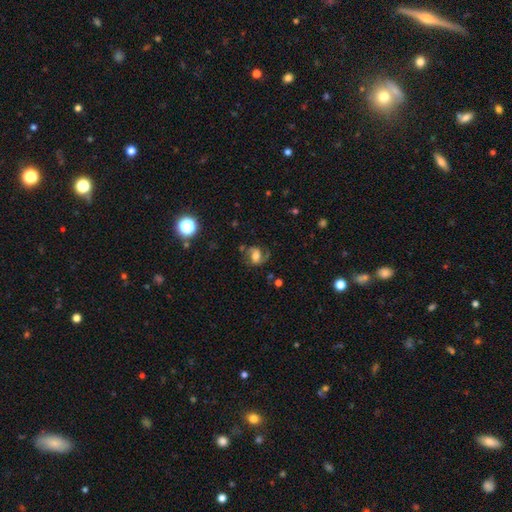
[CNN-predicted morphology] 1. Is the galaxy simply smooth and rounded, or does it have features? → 62% featured or disk, 26% smooth, 12% star or artifact.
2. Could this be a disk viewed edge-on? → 97% no, 3% yes.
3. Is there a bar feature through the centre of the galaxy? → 42% weak, 38% no, 20% strong.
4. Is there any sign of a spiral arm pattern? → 89% yes, 11% no.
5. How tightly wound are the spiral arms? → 51% medium, 32% loose, 17% tight.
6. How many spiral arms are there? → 81% 2, 10% 1, 6% can't tell, 1% 3, 1% 4, 1% more than 4.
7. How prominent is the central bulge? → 43% moderate, 29% large, 17% small, 7% none, 4% dominant.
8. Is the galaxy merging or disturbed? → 60% none, 21% minor disturbance, 16% major disturbance, 4% merger.